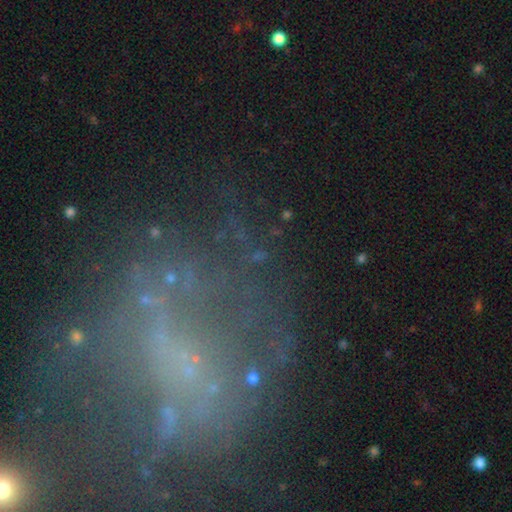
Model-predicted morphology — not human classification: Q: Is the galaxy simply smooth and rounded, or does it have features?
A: star or artifact — 46%.